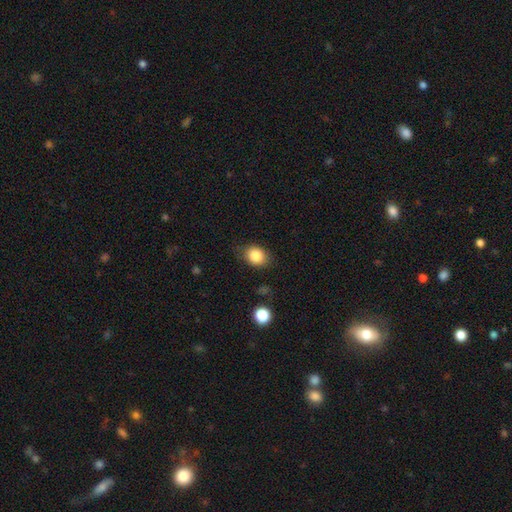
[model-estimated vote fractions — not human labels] Smooth or featured? smooth (85%)
How rounded? in between (55%)
Merging? none (79%)